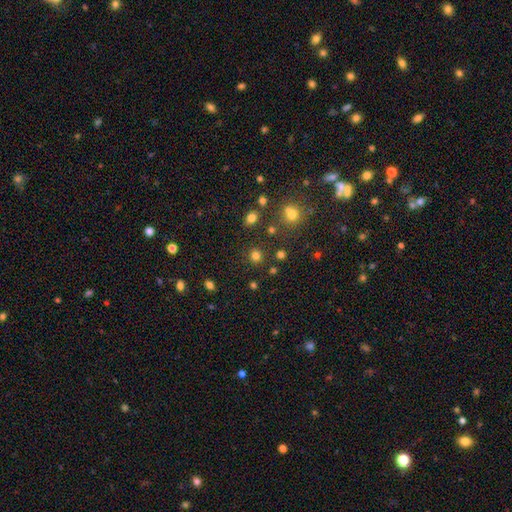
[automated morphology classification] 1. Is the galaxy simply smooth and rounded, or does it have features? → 78% smooth, 17% star or artifact, 5% featured or disk.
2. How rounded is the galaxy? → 90% round, 9% in between, 1% cigar-shaped.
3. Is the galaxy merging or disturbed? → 87% none, 7% minor disturbance, 4% merger, 3% major disturbance.